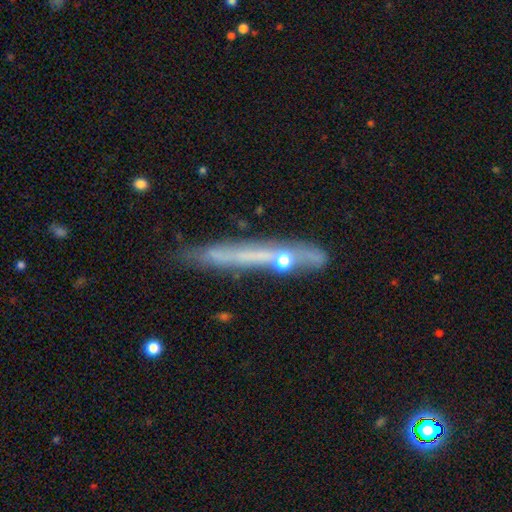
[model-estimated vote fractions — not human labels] A featured or disk galaxy (52%) viewed edge-on (86%).

Vote fractions:
- Smooth or featured? featured or disk: 52% / smooth: 38% / star or artifact: 9%
- Edge-on disk? yes: 86% / no: 14%
- Merging? none: 62% / minor disturbance: 19% / merger: 11% / major disturbance: 8%